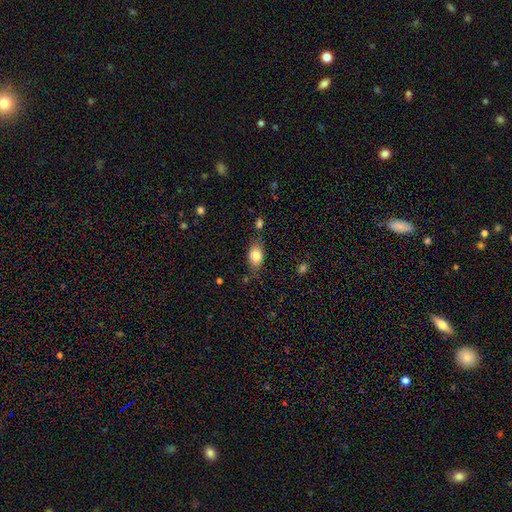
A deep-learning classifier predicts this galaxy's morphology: Overall: smooth (82%). How rounded: in between (83%). Merging: none (71%).